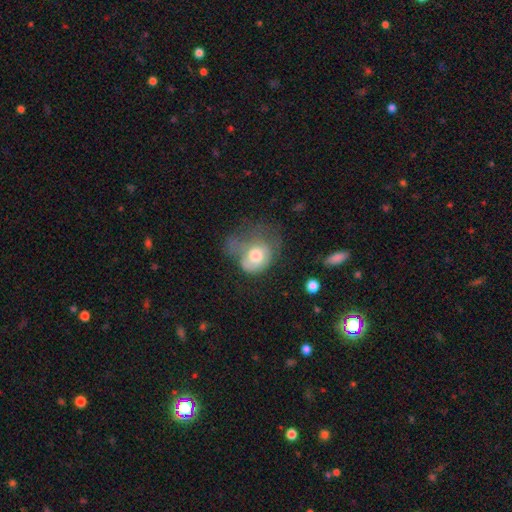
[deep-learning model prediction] smooth 64%, featured or disk 28%, star or artifact 8%. Down the decision tree: how rounded — in between (50%); merging — major disturbance (53%).